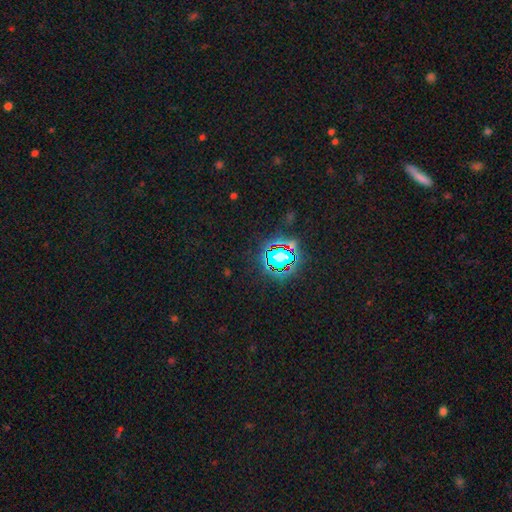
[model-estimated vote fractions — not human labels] A star or artifact, not a galaxy (82%).

Vote fractions:
- Smooth or featured? star or artifact: 82% / smooth: 12% / featured or disk: 6%